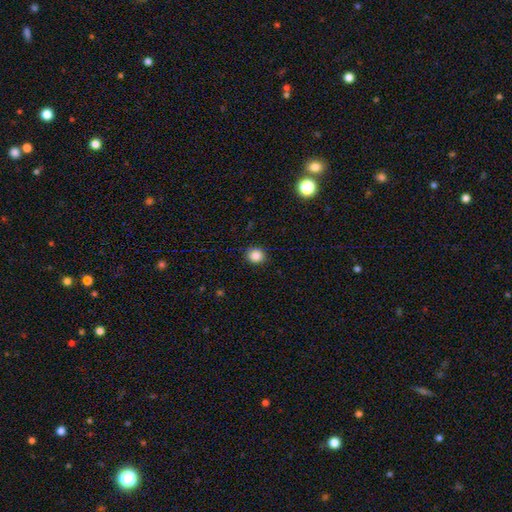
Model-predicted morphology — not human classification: Overall: smooth (87%). How rounded: round (80%). Merging: none (88%).